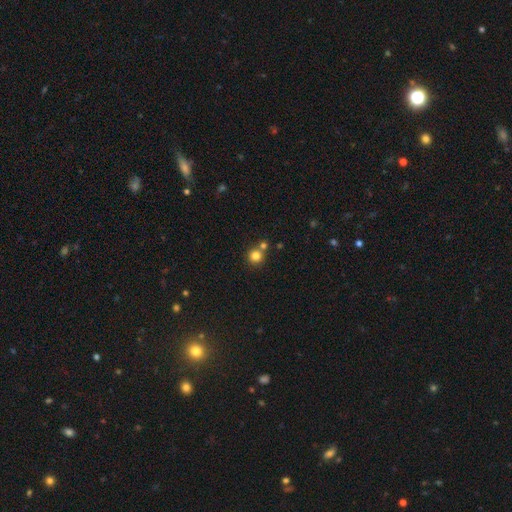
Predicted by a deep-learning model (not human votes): Smooth or featured: smooth — 81% (star or artifact — 12%)
How rounded: round — 93% (in between — 6%)
Merging: none — 68% (merger — 23%)